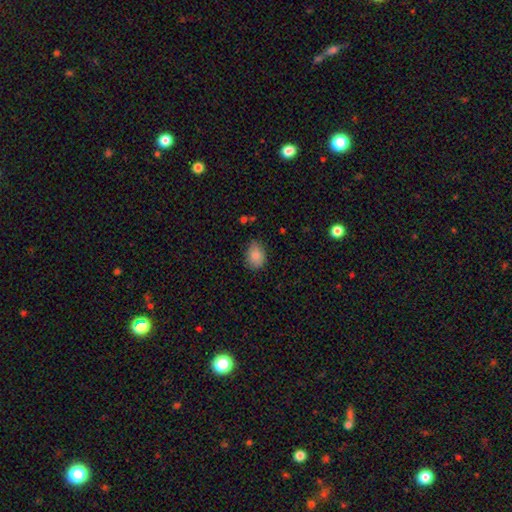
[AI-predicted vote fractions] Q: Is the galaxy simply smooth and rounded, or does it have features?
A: smooth — 85%.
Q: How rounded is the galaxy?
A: in between — 70%.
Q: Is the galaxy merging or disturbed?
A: none — 74%.